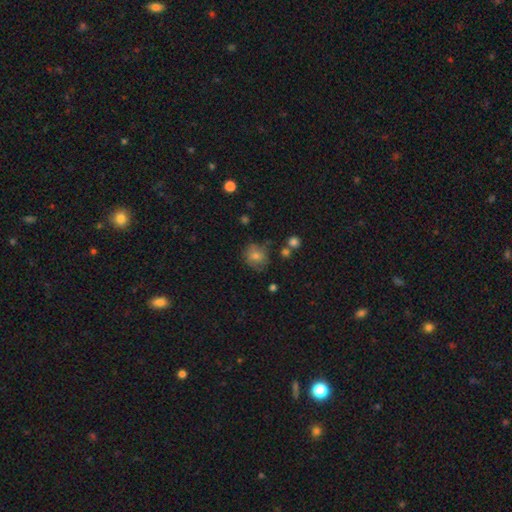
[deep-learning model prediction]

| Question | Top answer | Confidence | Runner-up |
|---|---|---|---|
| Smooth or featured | smooth | 62% | featured or disk (25%) |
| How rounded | round | 77% | in between (22%) |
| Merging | none | 65% | minor disturbance (22%) |